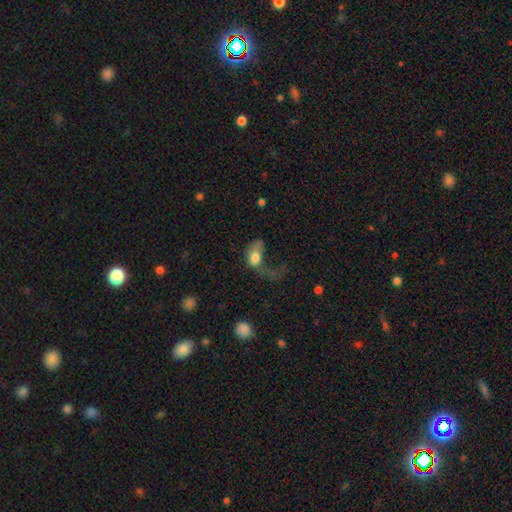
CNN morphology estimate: smooth_or_featured: smooth (p=0.66) [alt: featured or disk p=0.25]
how_rounded: in between (p=0.81) [alt: round p=0.16]
merging: major disturbance (p=0.69) [alt: minor disturbance p=0.12]